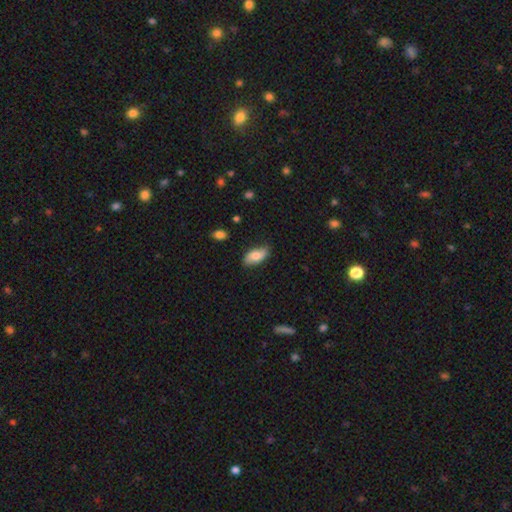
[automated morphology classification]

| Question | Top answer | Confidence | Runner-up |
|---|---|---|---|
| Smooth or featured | smooth | 68% | featured or disk (26%) |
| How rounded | in between | 90% | cigar-shaped (7%) |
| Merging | none | 75% | minor disturbance (20%) |